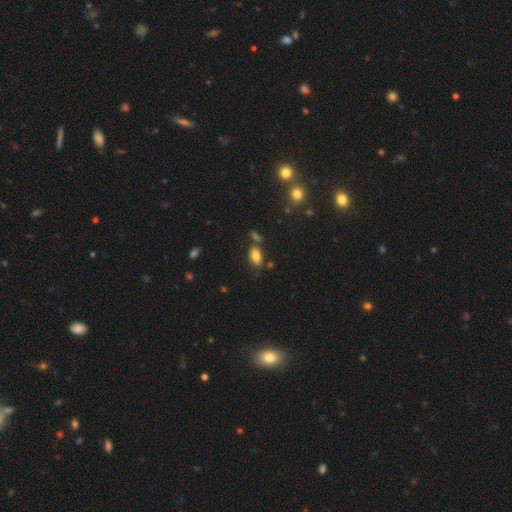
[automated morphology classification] smooth 80%, featured or disk 10%, star or artifact 10%. Down the decision tree: how rounded — in between (91%); merging — none (71%).